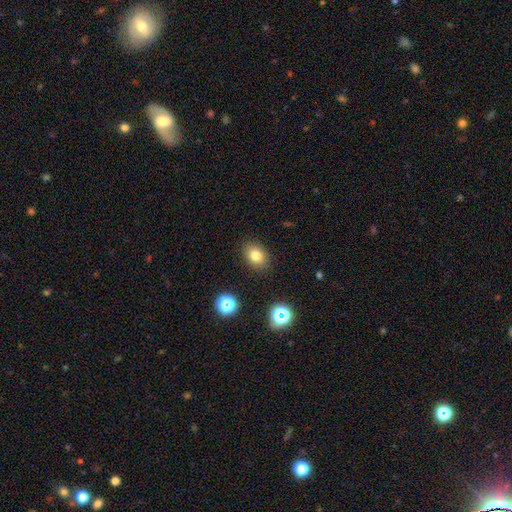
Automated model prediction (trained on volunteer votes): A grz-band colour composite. It shows a smooth galaxy with no disk features (79%) that is in between round and cigar-shaped (70%). Merging: none (87%).